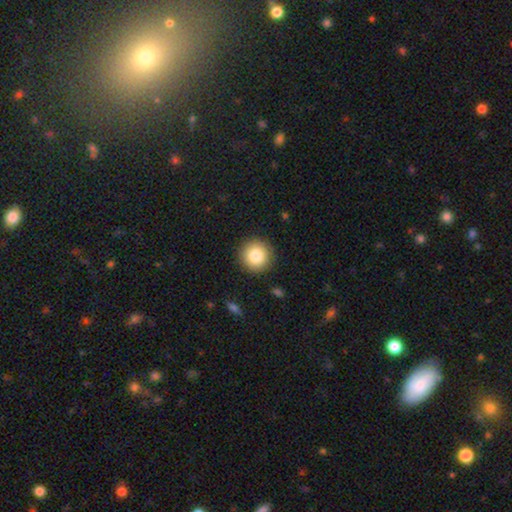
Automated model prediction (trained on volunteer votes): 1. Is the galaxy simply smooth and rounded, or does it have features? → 83% smooth, 9% star or artifact, 8% featured or disk.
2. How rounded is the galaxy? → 95% round, 4% in between, 1% cigar-shaped.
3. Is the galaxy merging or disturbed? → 90% none, 6% minor disturbance, 2% major disturbance, 1% merger.